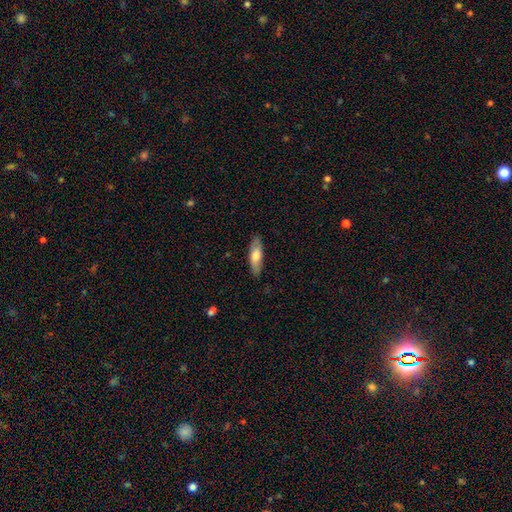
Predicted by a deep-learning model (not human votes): smooth-or-featured: smooth: 66% | featured or disk: 29% | star or artifact: 6%
  how-rounded: cigar-shaped: 52% | in between: 46% | round: 2%
  merging: none: 84% | minor disturbance: 12% | major disturbance: 2% | merger: 1%